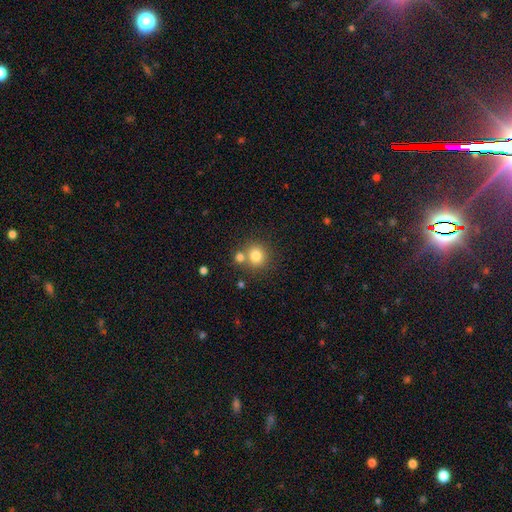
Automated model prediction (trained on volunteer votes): Morphology: type=smooth (80%); roundness=round (89%); merging=none (65%).